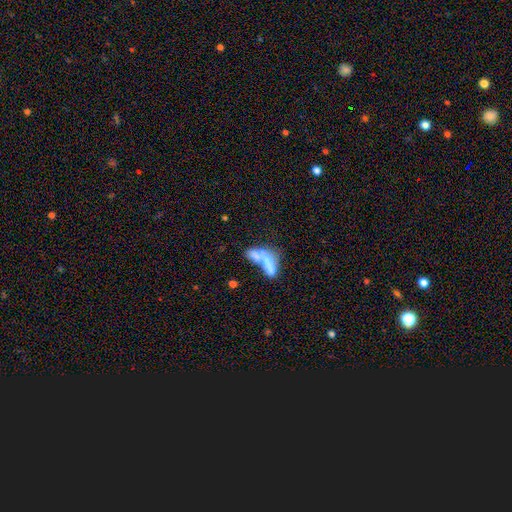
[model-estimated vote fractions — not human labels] Smooth or featured: smooth — 53% (featured or disk — 36%)
How rounded: in between — 64% (cigar-shaped — 30%)
Merging: merger — 63% (none — 16%)